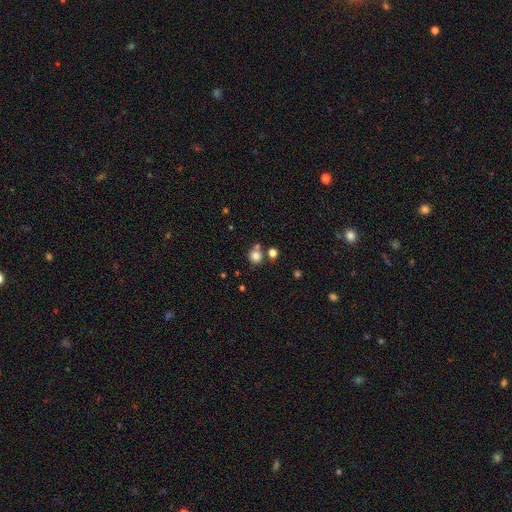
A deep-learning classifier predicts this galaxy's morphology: Smooth or featured? Predicted: smooth (p=0.81). How rounded? Predicted: round (p=0.86). Merging? Predicted: none (p=0.66).